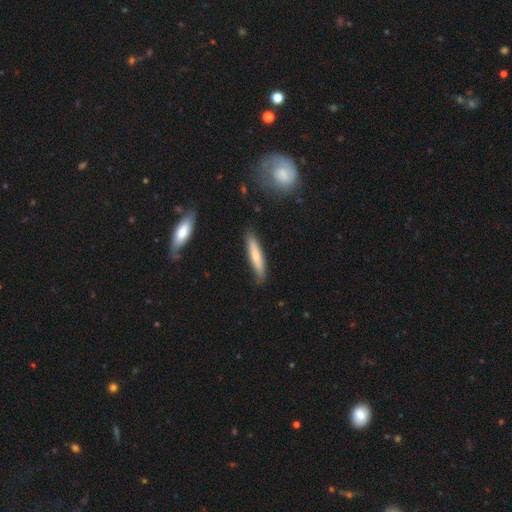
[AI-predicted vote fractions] Q: Smooth or featured?
A: smooth (64%); runner-up: featured or disk (30%)
Q: How rounded?
A: cigar-shaped (87%); runner-up: in between (12%)
Q: Merging?
A: none (84%); runner-up: minor disturbance (12%)